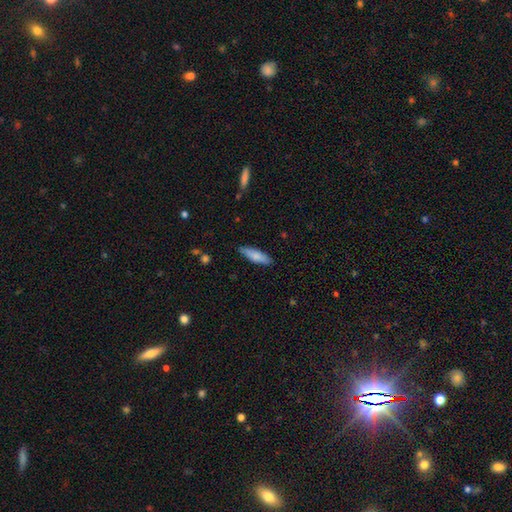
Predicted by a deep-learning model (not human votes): This appears to be a smooth galaxy with no disk features (78%) that is cigar-shaped (60%). Merging: none (84%).